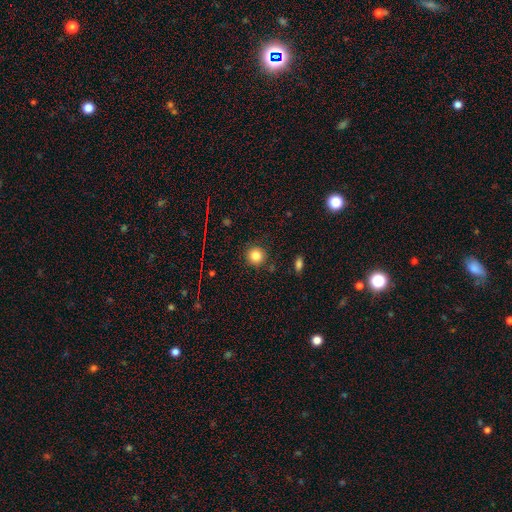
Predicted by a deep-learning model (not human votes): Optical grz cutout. It shows a smooth galaxy with no disk features (82%) that is round (92%). Merging: none (86%).